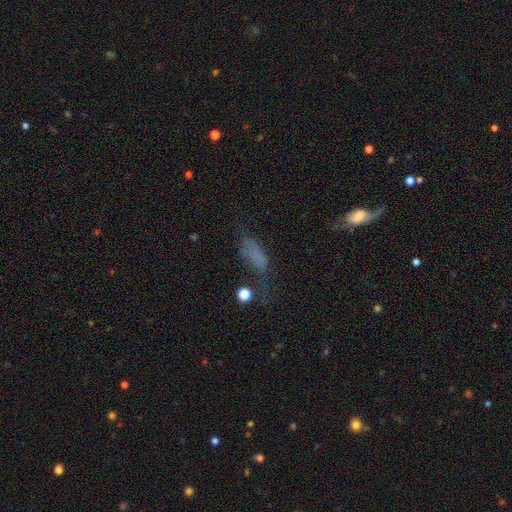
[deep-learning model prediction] Smooth or featured? smooth (66%)
How rounded? in between (70%)
Merging? none (36%)